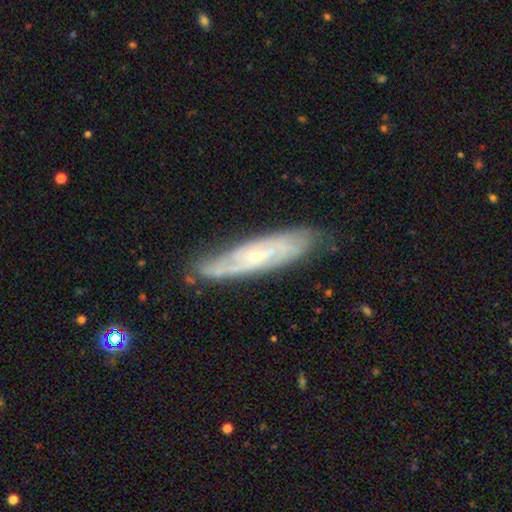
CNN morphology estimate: Smooth or featured: featured or disk — 78% (smooth — 16%)
Edge-on disk: no — 70% (yes — 30%)
Bar: no — 62% (weak — 30%)
Spiral arms: yes — 90% (no — 10%)
Bulge size: small — 72% (moderate — 25%)
Merging: none — 77% (minor disturbance — 18%)